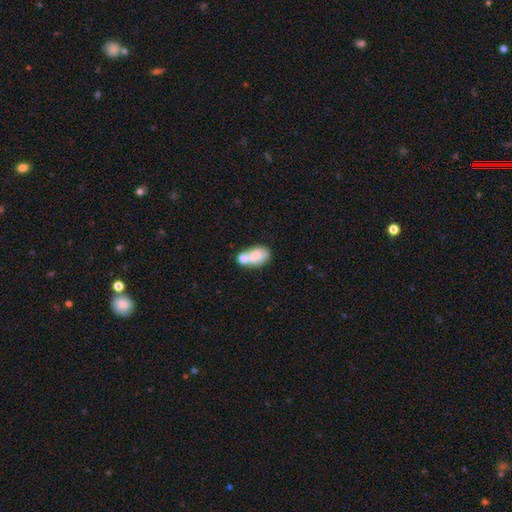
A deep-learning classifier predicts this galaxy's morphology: Overall: smooth (71%). How rounded: in between (86%). Merging: merger (43%; none 35%).